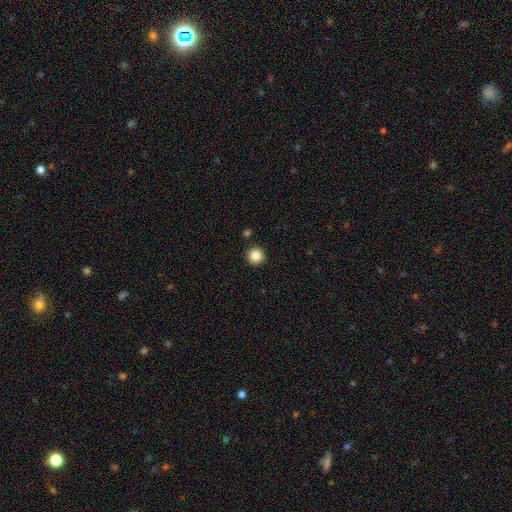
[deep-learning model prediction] smooth_or_featured: smooth (p=0.86) [alt: star or artifact p=0.10]
how_rounded: round (p=0.96) [alt: in between p=0.03]
merging: none (p=0.92) [alt: minor disturbance p=0.05]